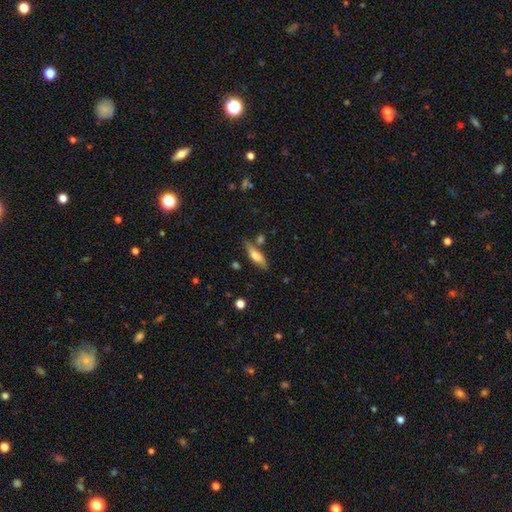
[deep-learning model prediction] Q: Smooth or featured?
A: smooth (60%); runner-up: featured or disk (32%)
Q: How rounded?
A: cigar-shaped (55%); runner-up: in between (42%)
Q: Merging?
A: none (71%); runner-up: minor disturbance (16%)